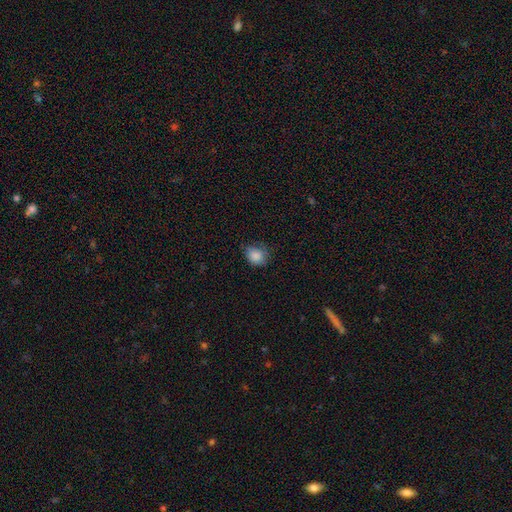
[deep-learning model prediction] This is clearly a smooth galaxy (86%). How rounded: likely round (68%). Merging: likely none (66%).